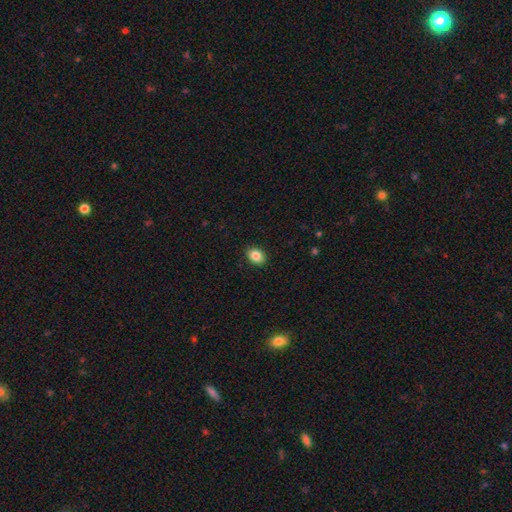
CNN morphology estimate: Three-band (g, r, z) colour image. It shows a smooth galaxy with no disk features (86%) that is in between round and cigar-shaped (65%). Merging: none (91%).